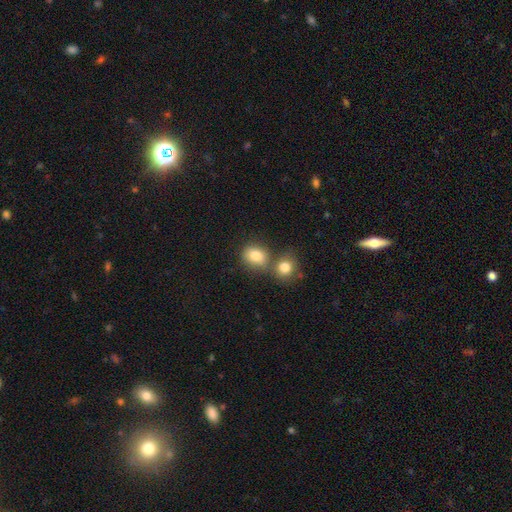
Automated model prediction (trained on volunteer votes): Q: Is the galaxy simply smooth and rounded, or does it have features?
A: smooth — 82%.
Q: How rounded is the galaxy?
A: round — 52%.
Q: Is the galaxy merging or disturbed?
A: none — 50%.